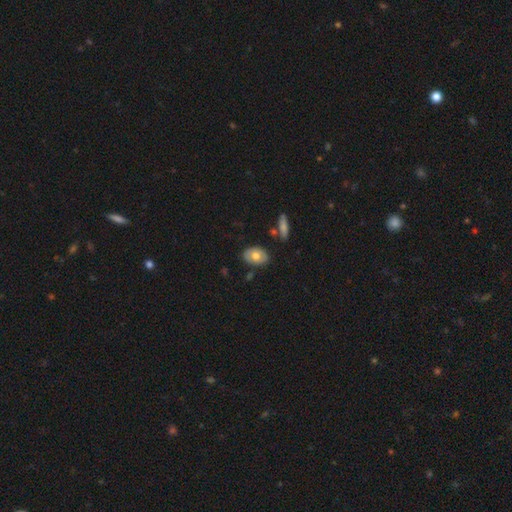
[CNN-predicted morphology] Overall: smooth (67%). How rounded: in between (85%). Merging: none (80%).